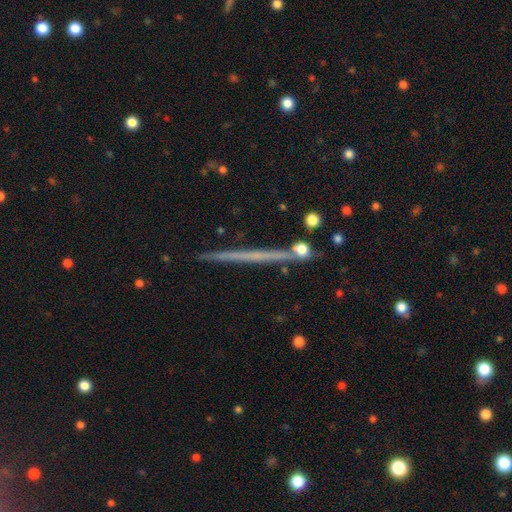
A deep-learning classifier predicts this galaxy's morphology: This is possibly a featured or disk galaxy (57%). It is clearly viewed edge-on (97%). Edge-on bulge: clearly none (82%). Merging: clearly none (87%).